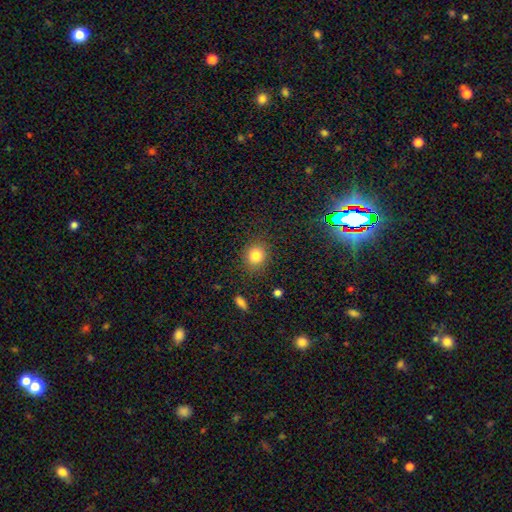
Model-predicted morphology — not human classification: The model was most divided on "how rounded": round: 76%, in between: 23%, cigar-shaped: 1%. More confident: merging — none (86%); smooth or featured — smooth (83%).